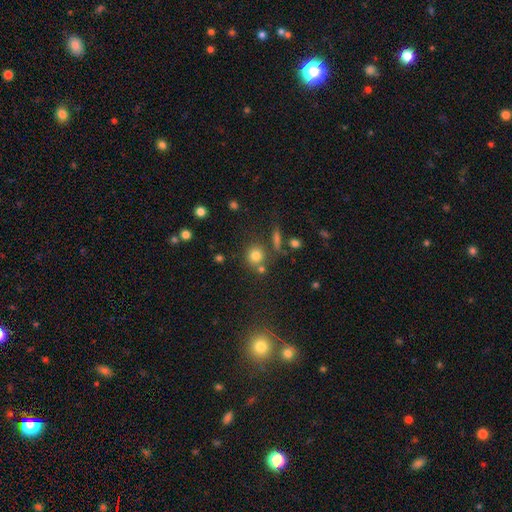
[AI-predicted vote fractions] smooth_or_featured: smooth (p=0.77) [alt: star or artifact p=0.14]
how_rounded: round (p=0.86) [alt: in between p=0.13]
merging: none (p=0.70) [alt: merger p=0.15]